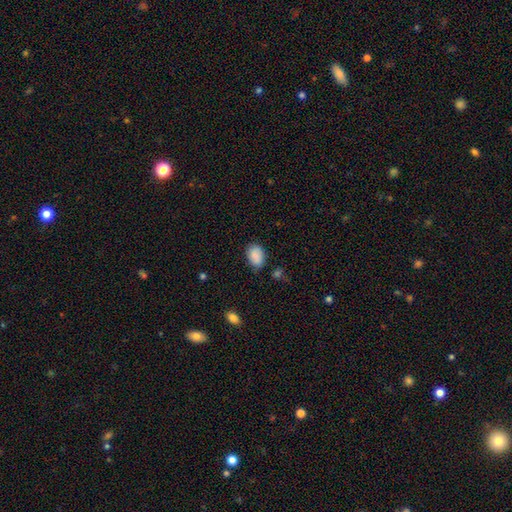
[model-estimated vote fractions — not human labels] This appears to be a smooth galaxy with no disk features (86%) that is in between round and cigar-shaped (82%). Merging: none (72%).